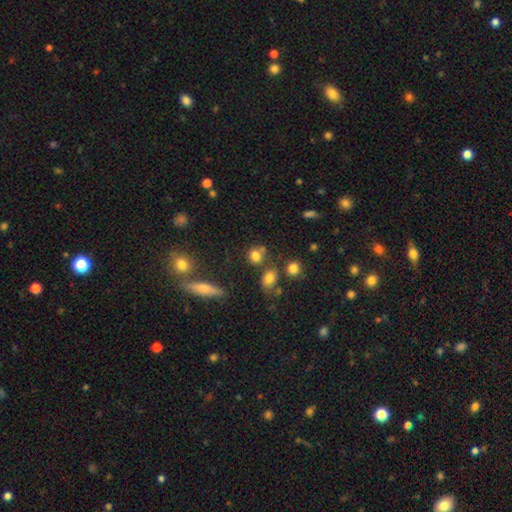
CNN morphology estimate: Smooth or featured?
  - smooth: 77% *
  - star or artifact: 14%
  - featured or disk: 9%
How rounded?
  - round: 71% *
  - in between: 26%
  - cigar-shaped: 3%
Merging?
  - none: 62% *
  - merger: 20%
  - minor disturbance: 13%
  - major disturbance: 5%